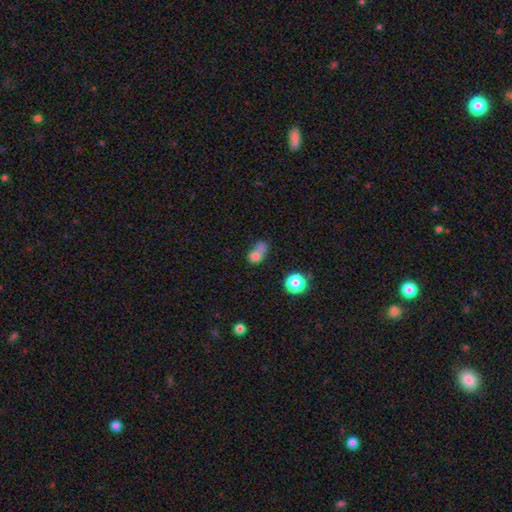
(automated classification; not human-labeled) Overall: smooth (71%). How rounded: round (53%; in between 45%). Merging: merger (53%; none 25%).